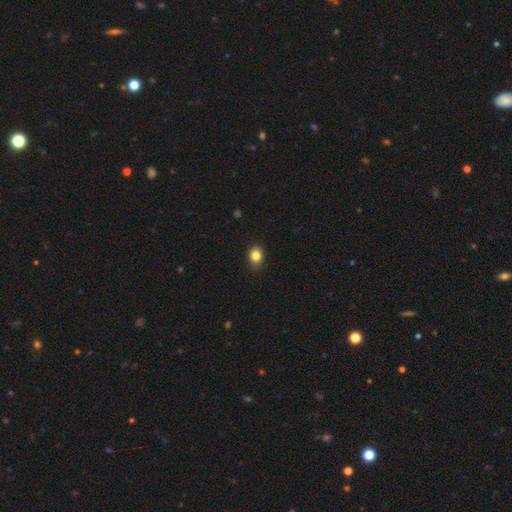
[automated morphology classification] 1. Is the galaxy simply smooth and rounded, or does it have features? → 84% smooth, 10% star or artifact, 6% featured or disk.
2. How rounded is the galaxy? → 53% round, 46% in between, 1% cigar-shaped.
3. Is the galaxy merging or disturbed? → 87% none, 10% minor disturbance, 2% major disturbance, 1% merger.